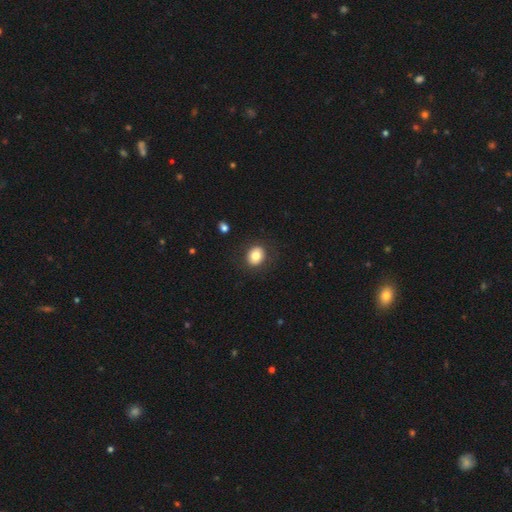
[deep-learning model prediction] smooth-or-featured: smooth: 80% | featured or disk: 12% | star or artifact: 9%
  how-rounded: round: 59% | in between: 40% | cigar-shaped: 1%
  merging: none: 87% | minor disturbance: 9% | major disturbance: 3% | merger: 1%